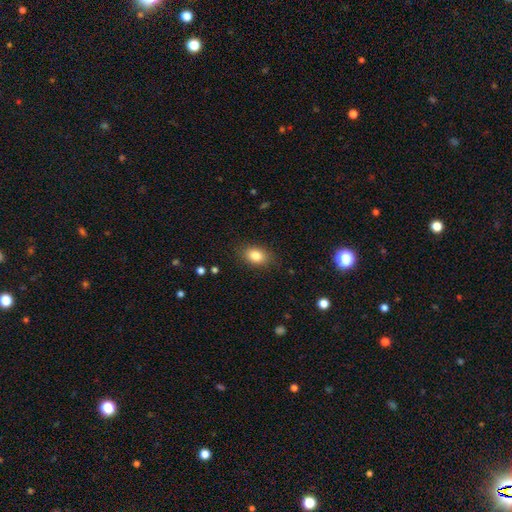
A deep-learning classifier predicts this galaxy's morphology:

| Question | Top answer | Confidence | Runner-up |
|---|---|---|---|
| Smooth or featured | smooth | 84% | star or artifact (8%) |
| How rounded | in between | 81% | round (17%) |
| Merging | none | 84% | minor disturbance (11%) |